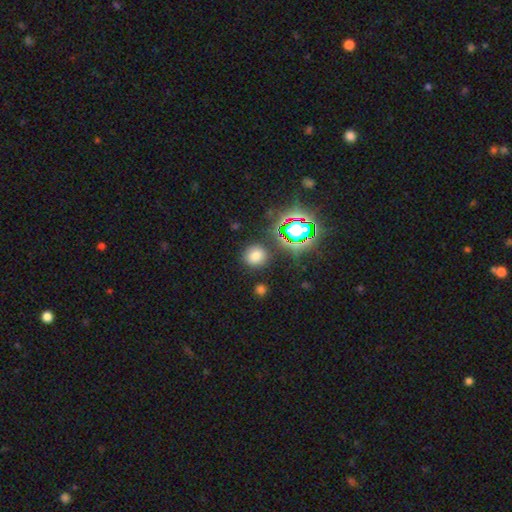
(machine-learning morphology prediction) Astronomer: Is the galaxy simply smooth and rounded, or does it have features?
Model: smooth — 71%.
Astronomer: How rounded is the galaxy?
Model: round — 83%.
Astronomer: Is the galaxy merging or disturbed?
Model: none — 85%.